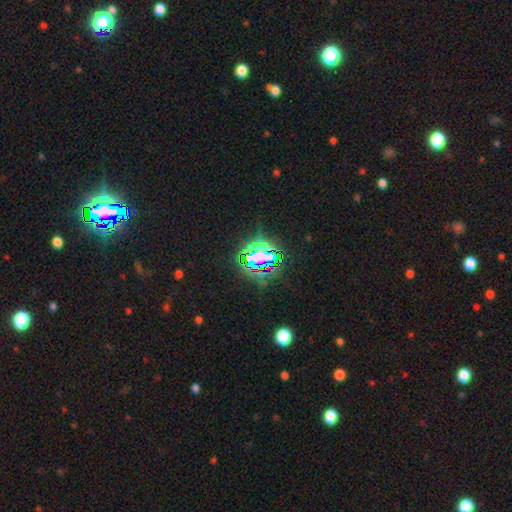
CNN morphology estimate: Smooth or featured: star or artifact — 70% (smooth — 18%)